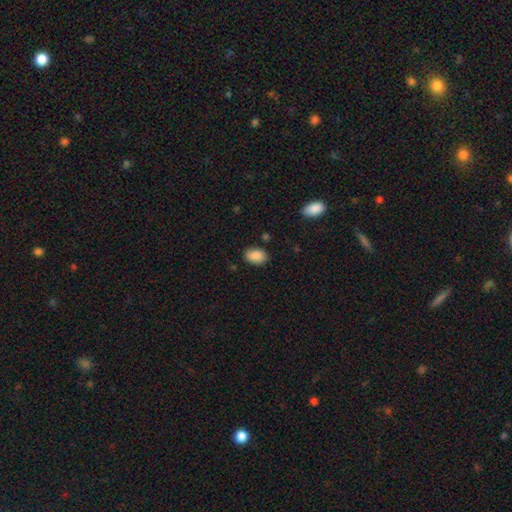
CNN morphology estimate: smooth-or-featured: smooth: 89% | star or artifact: 7% | featured or disk: 4%
  how-rounded: in between: 87% | round: 12% | cigar-shaped: 1%
  merging: none: 84% | minor disturbance: 12% | major disturbance: 3% | merger: 2%